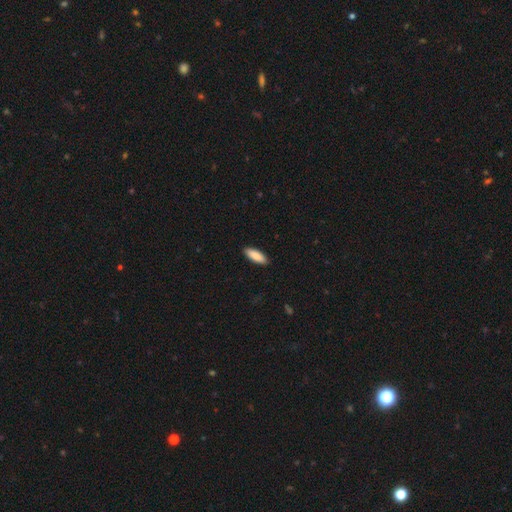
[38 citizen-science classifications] A smooth galaxy with no disk features (92%) that is in between round and cigar-shaped (66%).

Vote fractions:
- Smooth or featured? smooth: 92% / star or artifact: 5% / featured or disk: 3%
- How rounded? in between: 66% / cigar-shaped: 34% / round: 0%
- Merging? none: 94% / minor disturbance: 3% / major disturbance: 3% / merger: 0%